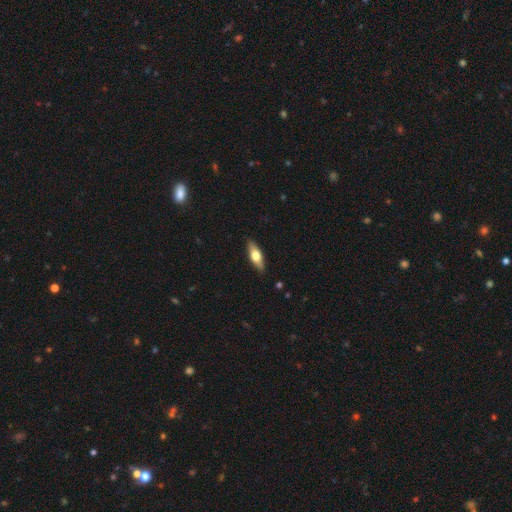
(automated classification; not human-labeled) smooth 50%, featured or disk 44%, star or artifact 6%. Down the decision tree: how rounded — in between (55%); merging — none (88%).